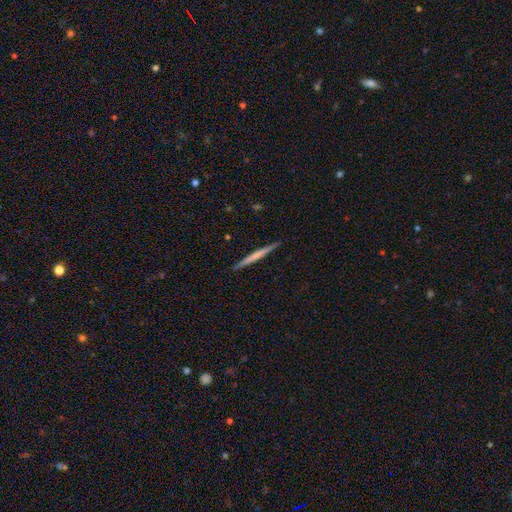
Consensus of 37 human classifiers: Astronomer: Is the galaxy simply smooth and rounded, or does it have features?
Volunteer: smooth — 54% (runner-up: featured or disk, 46%).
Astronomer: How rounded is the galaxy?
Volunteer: cigar-shaped — 95%.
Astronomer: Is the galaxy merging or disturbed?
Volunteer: none — 92%.